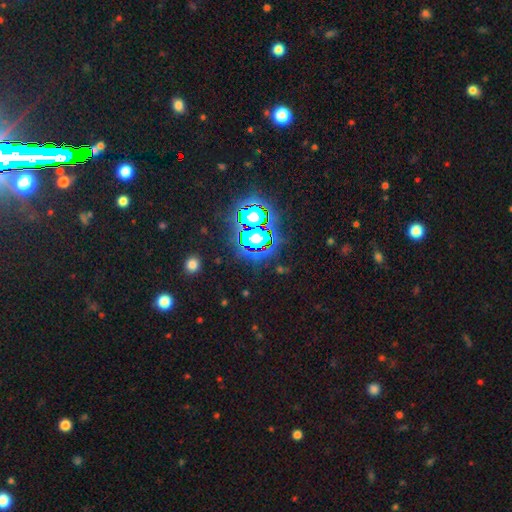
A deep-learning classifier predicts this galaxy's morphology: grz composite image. It shows a star or artifact, not a galaxy (80%).